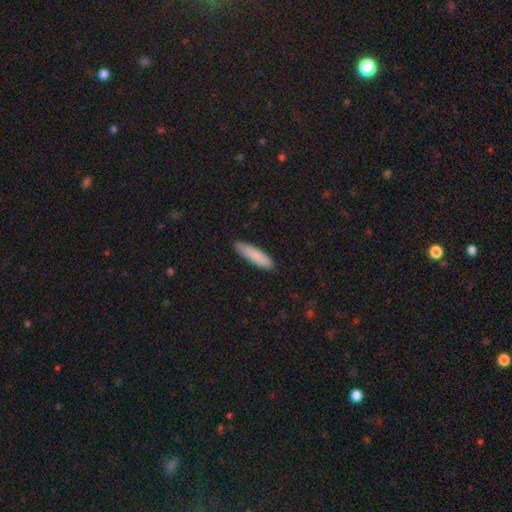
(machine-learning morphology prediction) smooth_or_featured: smooth (p=0.87) [alt: featured or disk p=0.07]
how_rounded: cigar-shaped (p=0.76) [alt: in between p=0.23]
merging: none (p=0.89) [alt: minor disturbance p=0.09]